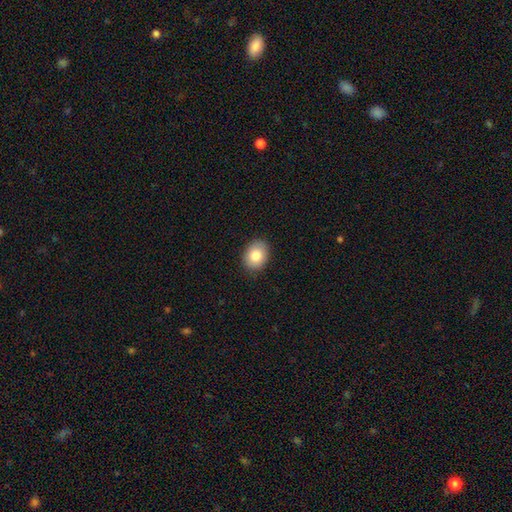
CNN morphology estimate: smooth 82%, featured or disk 10%, star or artifact 8%. Down the decision tree: how rounded — in between (58%); merging — none (88%).